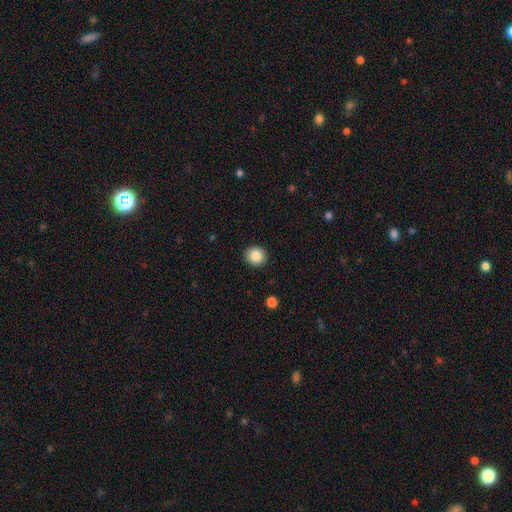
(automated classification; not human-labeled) This appears to be a smooth galaxy with no disk features (86%) that is round (82%). Merging: none (92%).